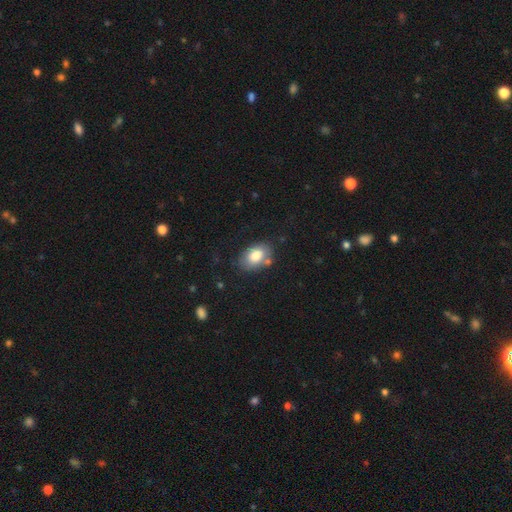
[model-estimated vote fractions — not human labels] Smooth or featured?
  - smooth: 79% *
  - featured or disk: 14%
  - star or artifact: 7%
How rounded?
  - in between: 85% *
  - round: 14%
  - cigar-shaped: 1%
Merging?
  - none: 70% *
  - minor disturbance: 18%
  - merger: 8%
  - major disturbance: 5%